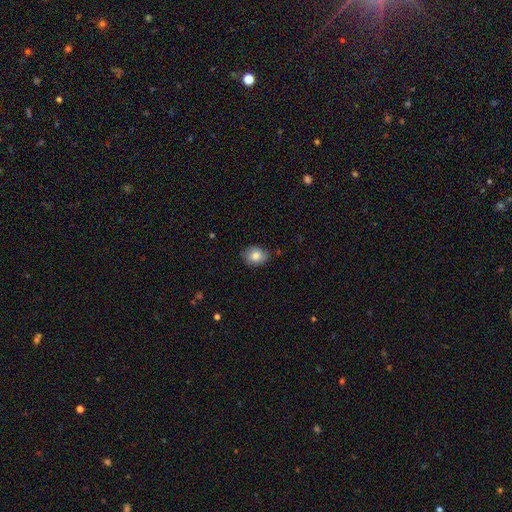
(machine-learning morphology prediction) Smooth or featured?
  - smooth: 82% *
  - featured or disk: 9%
  - star or artifact: 9%
How rounded?
  - in between: 51% *
  - round: 48%
  - cigar-shaped: 1%
Merging?
  - none: 81% *
  - minor disturbance: 16%
  - major disturbance: 2%
  - merger: 1%